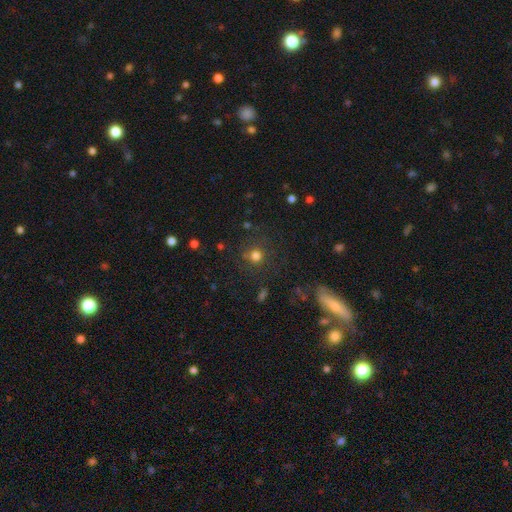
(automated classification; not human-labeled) Overall: smooth (74%). How rounded: round (90%). Merging: none (77%).